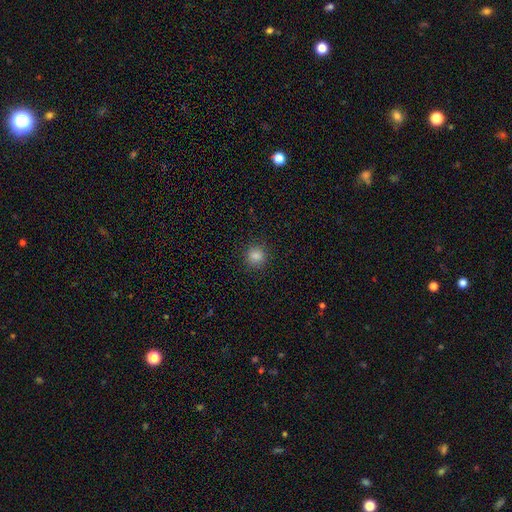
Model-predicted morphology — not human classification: smooth-or-featured: smooth: 83% | star or artifact: 13% | featured or disk: 4%
  how-rounded: round: 93% | in between: 6% | cigar-shaped: 1%
  merging: none: 92% | minor disturbance: 5% | major disturbance: 2% | merger: 1%